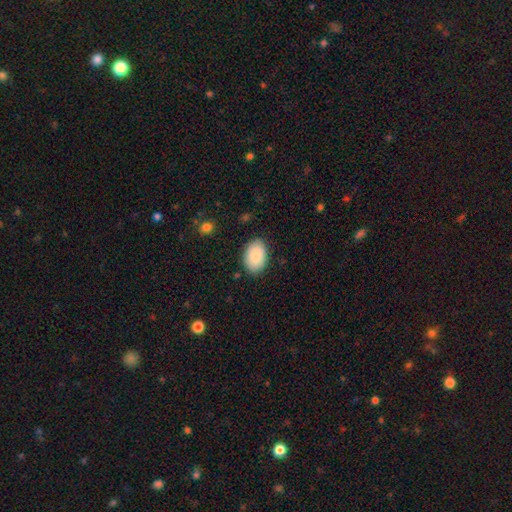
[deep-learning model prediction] Smooth or featured? smooth (87%)
How rounded? in between (90%)
Merging? none (85%)